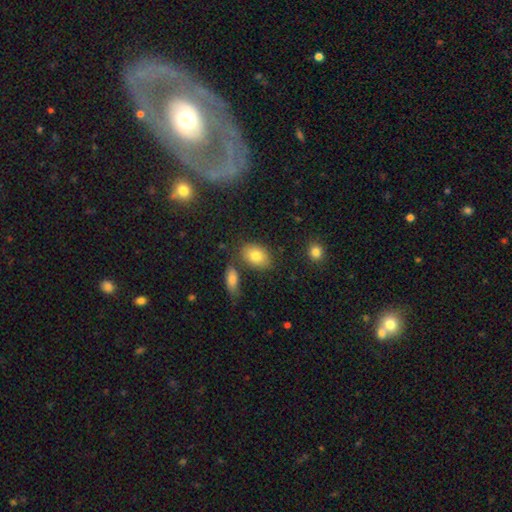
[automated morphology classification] The model was most divided on "merging": none: 72%, minor disturbance: 13%, merger: 11%, major disturbance: 4%. More confident: how rounded — in between (82%); smooth or featured — smooth (81%).